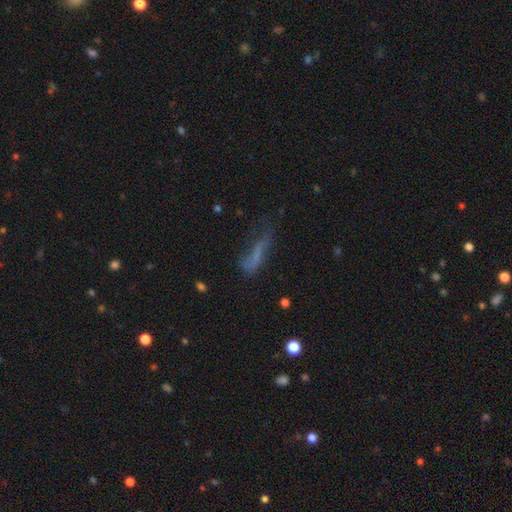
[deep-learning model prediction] The model was most divided on "merging": none: 36%, major disturbance: 31%, minor disturbance: 27%, merger: 6%. More confident: how rounded — cigar-shaped (66%); smooth or featured — smooth (57%).